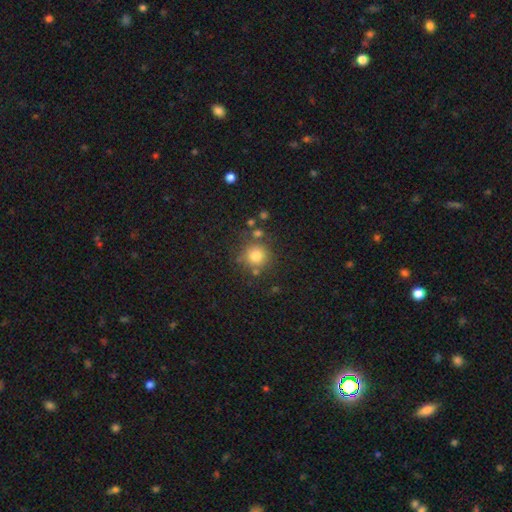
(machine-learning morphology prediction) Overall: smooth (81%). How rounded: round (93%). Merging: none (75%).